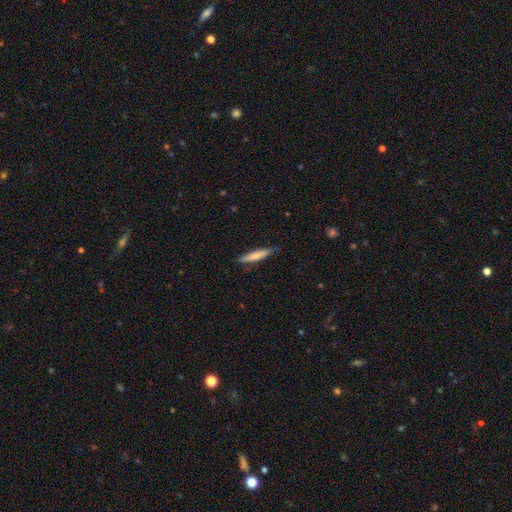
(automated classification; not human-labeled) The model was most divided on "smooth or featured": smooth: 73%, featured or disk: 21%, star or artifact: 5%. More confident: how rounded — cigar-shaped (88%); merging — none (83%).